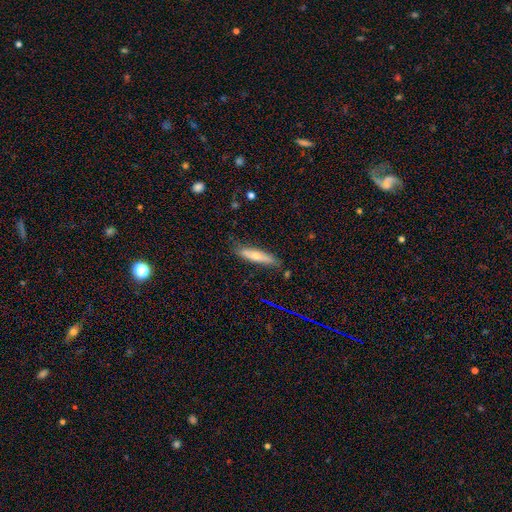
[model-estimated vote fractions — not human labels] smooth 56%, featured or disk 38%, star or artifact 7%. Down the decision tree: how rounded — cigar-shaped (79%); merging — none (81%).